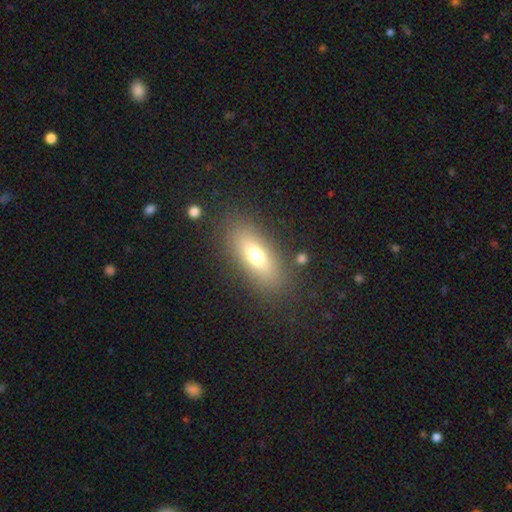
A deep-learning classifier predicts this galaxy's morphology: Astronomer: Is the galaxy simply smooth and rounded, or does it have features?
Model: smooth — 66%.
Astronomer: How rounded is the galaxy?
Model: in between — 73%.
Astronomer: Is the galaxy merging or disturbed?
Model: none — 83%.